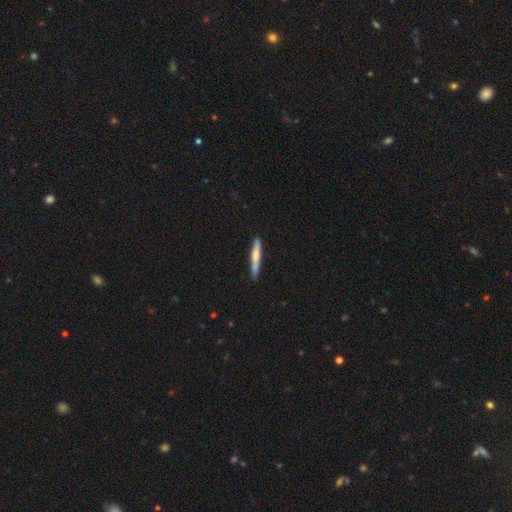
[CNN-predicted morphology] Smooth or featured? Predicted: smooth (p=0.63). How rounded? Predicted: cigar-shaped (p=0.94). Merging? Predicted: none (p=0.86).